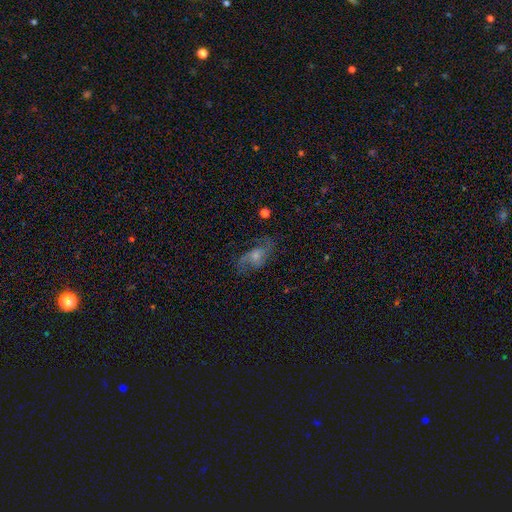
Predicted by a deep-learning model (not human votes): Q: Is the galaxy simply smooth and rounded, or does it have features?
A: featured or disk — 69%.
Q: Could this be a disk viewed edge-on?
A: no — 94%.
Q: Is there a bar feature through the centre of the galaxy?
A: no — 63%.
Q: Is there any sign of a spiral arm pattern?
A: yes — 88%.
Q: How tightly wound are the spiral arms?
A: loose — 47%.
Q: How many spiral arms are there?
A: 2 — 76%.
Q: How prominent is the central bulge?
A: small — 49%.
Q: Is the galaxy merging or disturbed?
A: none — 65%.